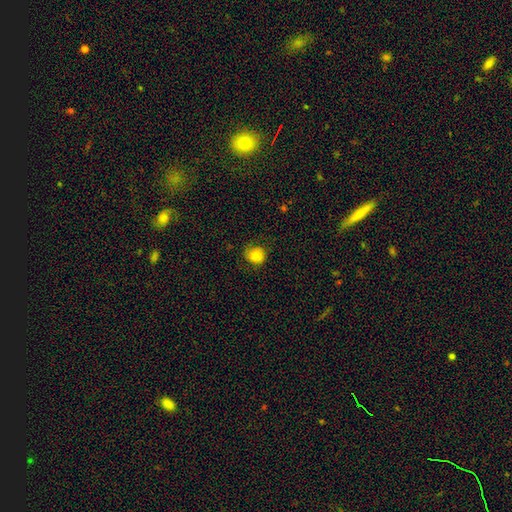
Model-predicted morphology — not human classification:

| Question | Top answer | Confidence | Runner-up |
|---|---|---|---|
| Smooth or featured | smooth | 83% | star or artifact (10%) |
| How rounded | round | 81% | in between (18%) |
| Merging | none | 74% | minor disturbance (19%) |